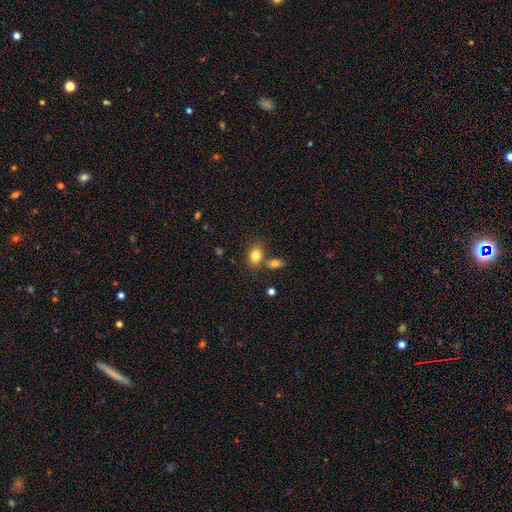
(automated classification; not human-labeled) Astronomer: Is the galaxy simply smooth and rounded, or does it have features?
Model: smooth — 82%.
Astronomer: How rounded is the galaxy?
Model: in between — 69%.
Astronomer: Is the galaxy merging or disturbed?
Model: none — 62%.